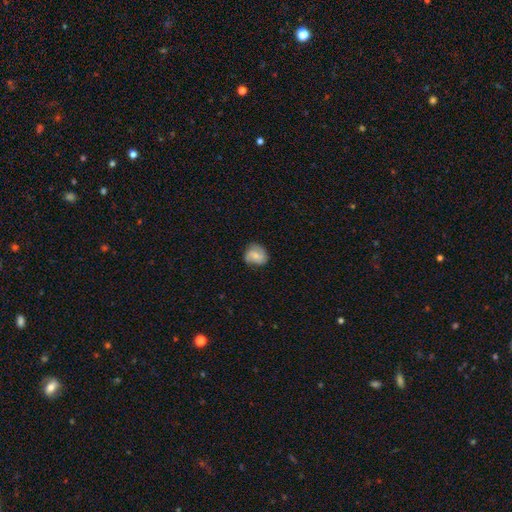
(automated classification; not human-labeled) A smooth galaxy with no disk features (53%) that is round (68%). Merging: none (68%).